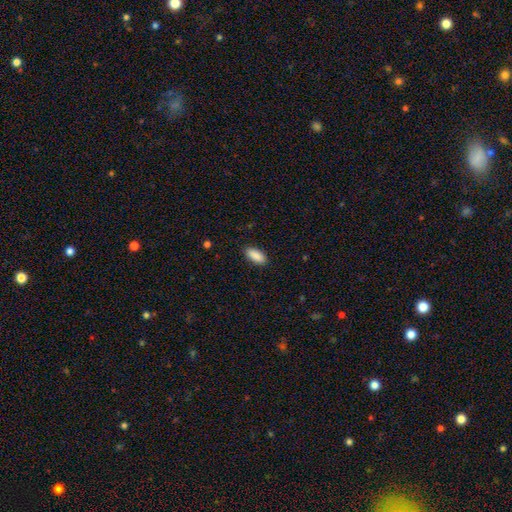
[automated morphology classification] This appears to be a smooth galaxy with no disk features (90%) that is in between round and cigar-shaped (90%). Merging: none (89%).